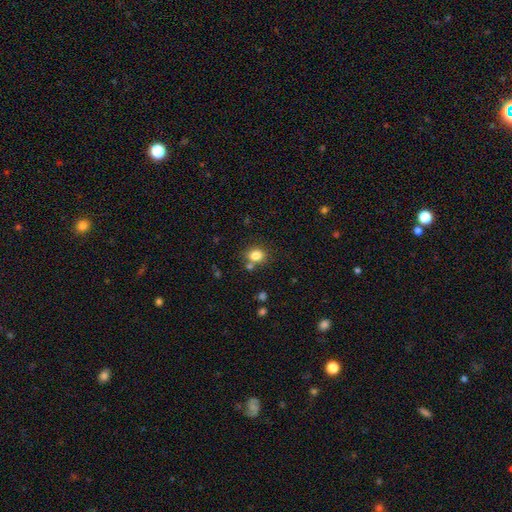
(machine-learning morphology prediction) This appears to be a smooth galaxy with no disk features (81%) that is round (64%). Merging: none (68%).